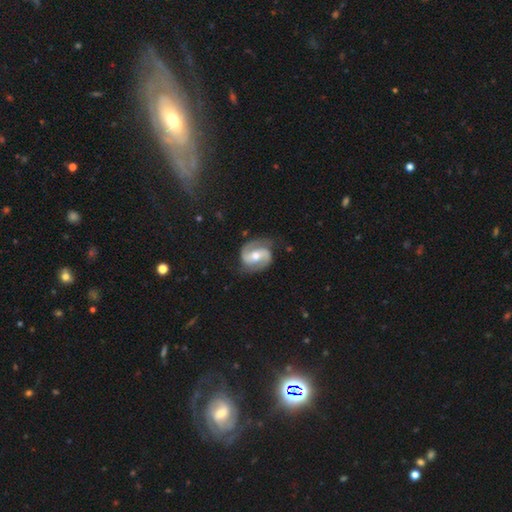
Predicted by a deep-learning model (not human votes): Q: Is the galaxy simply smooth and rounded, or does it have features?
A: featured or disk — 88%.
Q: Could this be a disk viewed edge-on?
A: no — 98%.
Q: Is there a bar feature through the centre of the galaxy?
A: weak — 42%.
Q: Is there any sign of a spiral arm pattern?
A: yes — 97%.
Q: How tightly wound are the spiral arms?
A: medium — 54%.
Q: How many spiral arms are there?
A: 2 — 93%.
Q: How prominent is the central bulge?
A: moderate — 69%.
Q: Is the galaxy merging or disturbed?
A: none — 78%.